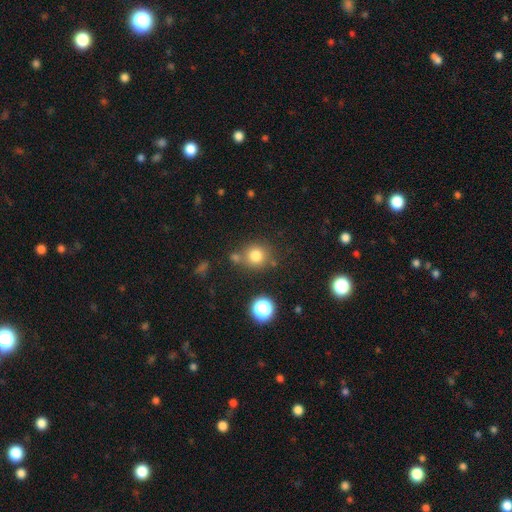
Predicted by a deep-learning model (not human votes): Smooth or featured: smooth — 78% (star or artifact — 15%)
How rounded: round — 89% (in between — 10%)
Merging: none — 71% (merger — 14%)